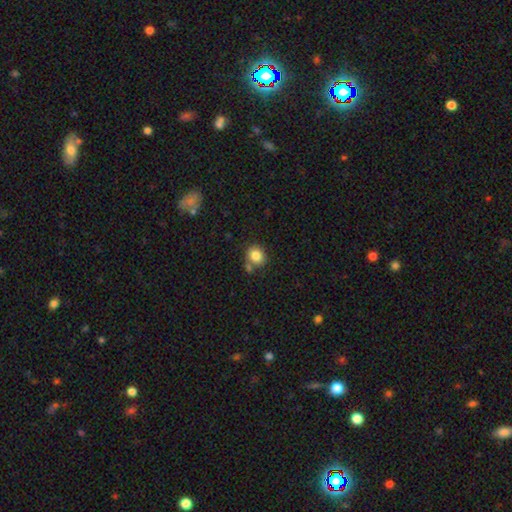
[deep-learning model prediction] Smooth or featured?
  - smooth: 83% *
  - star or artifact: 10%
  - featured or disk: 7%
How rounded?
  - round: 72% *
  - in between: 27%
  - cigar-shaped: 1%
Merging?
  - none: 68% *
  - merger: 16%
  - minor disturbance: 12%
  - major disturbance: 3%